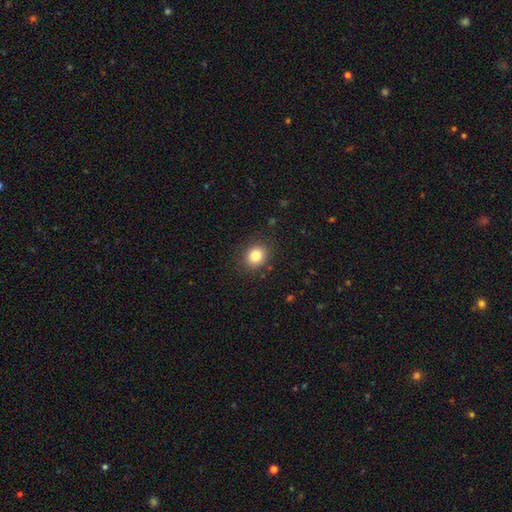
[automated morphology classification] The model was most divided on "how rounded": round: 66%, in between: 33%, cigar-shaped: 1%. More confident: merging — none (87%); smooth or featured — smooth (82%).